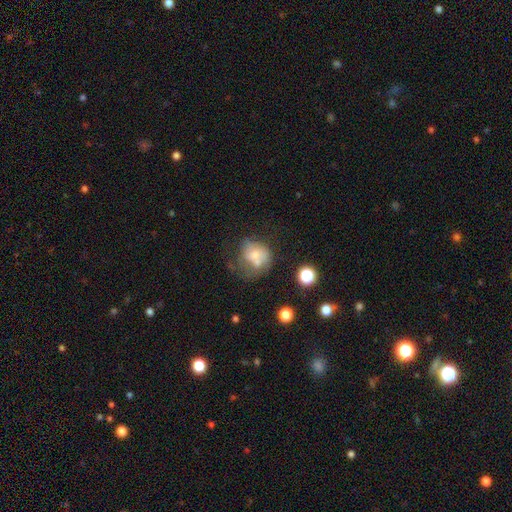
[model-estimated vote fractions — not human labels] Overall: smooth (54%; featured or disk 34%). How rounded: round (61%; in between 38%). Merging: none (28%; major disturbance 26%).